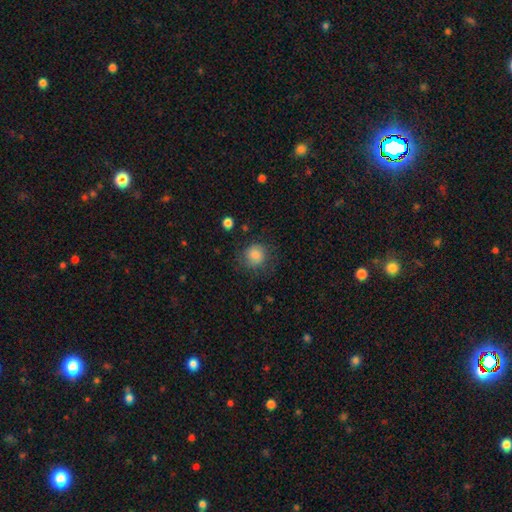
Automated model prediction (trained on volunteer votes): smooth-or-featured: smooth: 83% | star or artifact: 9% | featured or disk: 8%
  how-rounded: round: 87% | in between: 12% | cigar-shaped: 1%
  merging: none: 73% | minor disturbance: 17% | major disturbance: 8% | merger: 2%